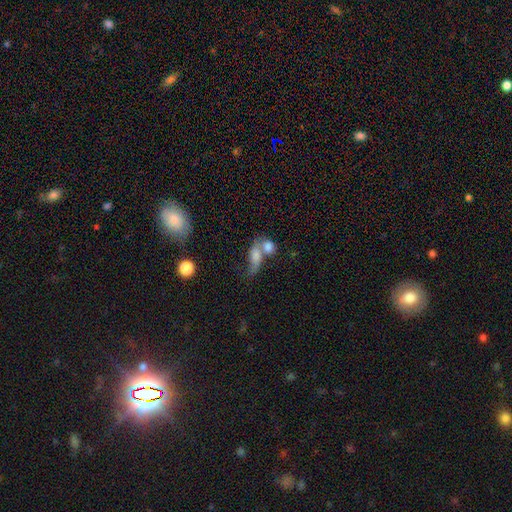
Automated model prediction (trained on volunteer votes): Q: Smooth or featured?
A: smooth (65%); runner-up: featured or disk (24%)
Q: How rounded?
A: in between (70%); runner-up: round (19%)
Q: Merging?
A: merger (61%); runner-up: none (19%)